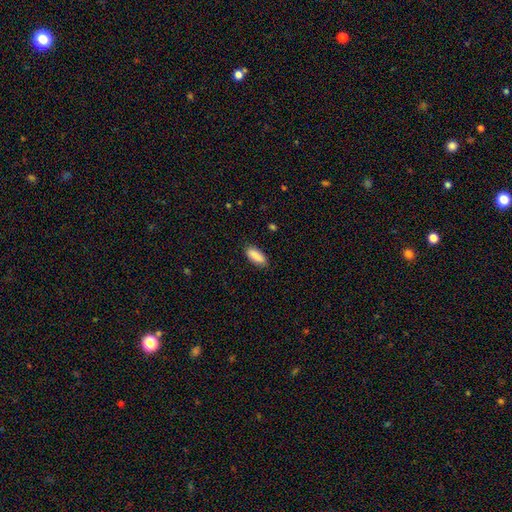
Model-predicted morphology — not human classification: Q: Smooth or featured?
A: smooth (89%); runner-up: star or artifact (6%)
Q: How rounded?
A: in between (74%); runner-up: cigar-shaped (24%)
Q: Merging?
A: none (87%); runner-up: minor disturbance (10%)